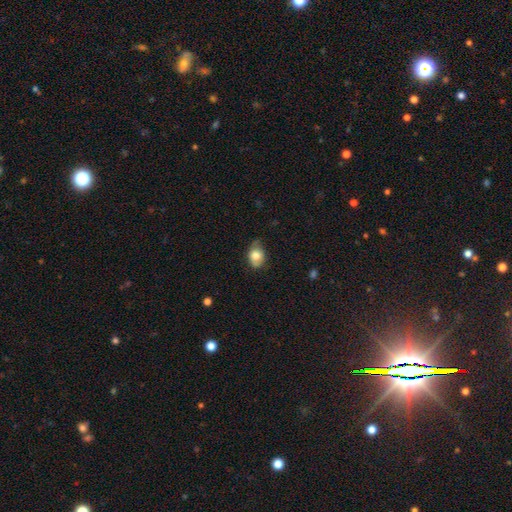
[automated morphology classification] This is likely a smooth galaxy (76%). How rounded: likely in between (62%). Merging: possibly none (54%).